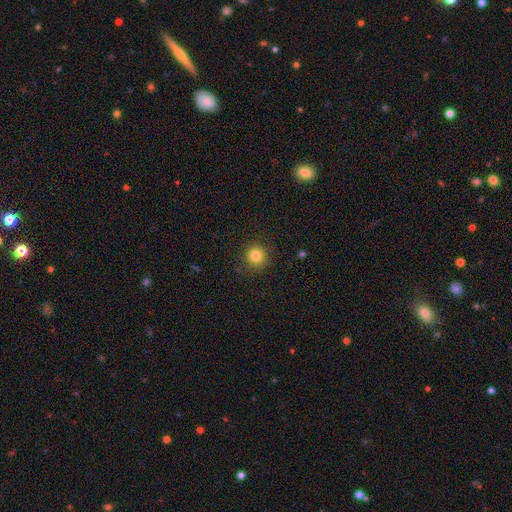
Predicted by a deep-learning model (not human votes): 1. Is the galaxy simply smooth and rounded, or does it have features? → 82% smooth, 12% star or artifact, 5% featured or disk.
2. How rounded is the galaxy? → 94% round, 5% in between, 1% cigar-shaped.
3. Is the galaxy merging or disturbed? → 90% none, 7% minor disturbance, 2% major disturbance, 1% merger.